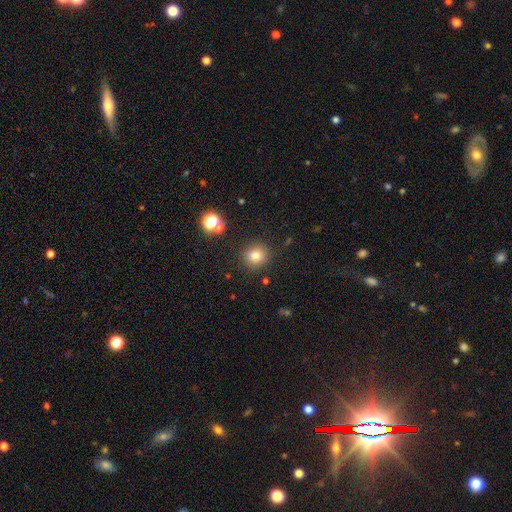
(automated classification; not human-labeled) Smooth or featured?
  - smooth: 78% *
  - star or artifact: 14%
  - featured or disk: 8%
How rounded?
  - round: 86% *
  - in between: 13%
  - cigar-shaped: 1%
Merging?
  - none: 86% *
  - minor disturbance: 8%
  - merger: 3%
  - major disturbance: 3%